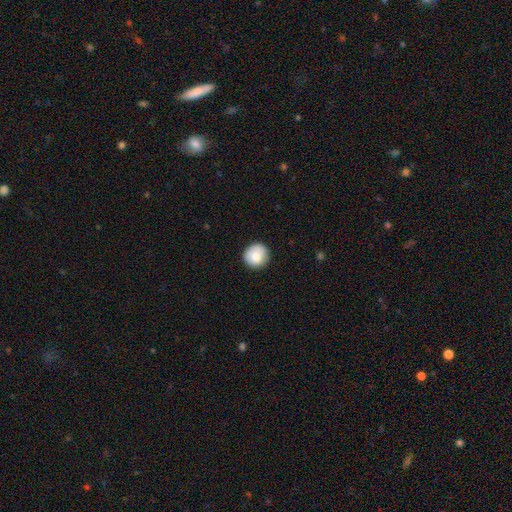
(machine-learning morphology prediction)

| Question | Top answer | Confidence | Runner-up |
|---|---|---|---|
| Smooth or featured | smooth | 84% | featured or disk (9%) |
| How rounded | round | 93% | in between (6%) |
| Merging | none | 86% | minor disturbance (11%) |